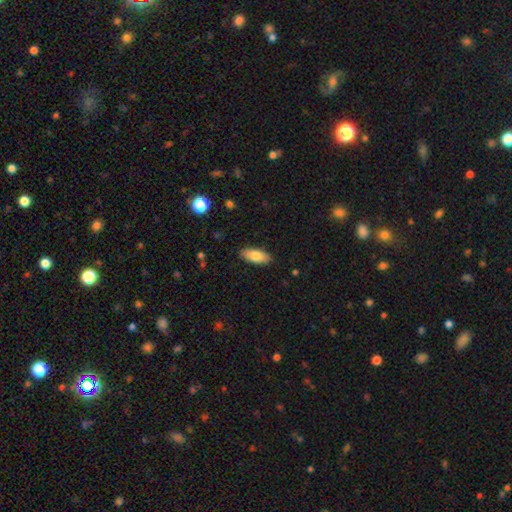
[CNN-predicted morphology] Q: Smooth or featured?
A: smooth (79%); runner-up: featured or disk (15%)
Q: How rounded?
A: in between (84%); runner-up: cigar-shaped (14%)
Q: Merging?
A: none (89%); runner-up: minor disturbance (8%)